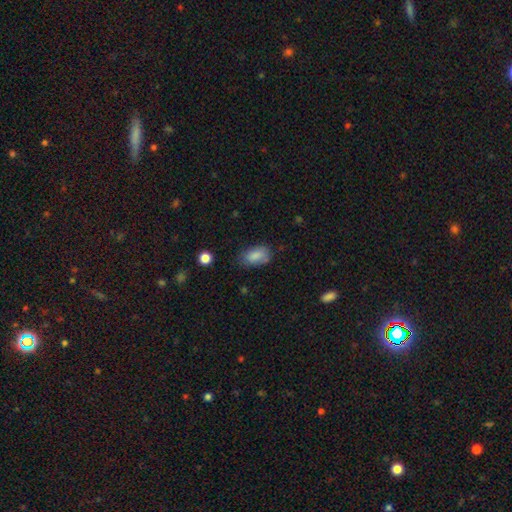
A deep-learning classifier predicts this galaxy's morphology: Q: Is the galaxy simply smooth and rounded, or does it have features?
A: smooth — 83%.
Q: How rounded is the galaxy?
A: in between — 91%.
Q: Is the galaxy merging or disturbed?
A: none — 66%.